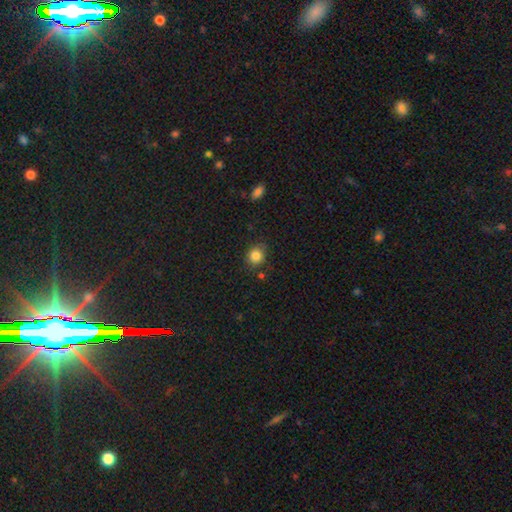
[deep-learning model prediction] Smooth or featured? Predicted: smooth (p=0.84). How rounded? Predicted: round (p=0.83). Merging? Predicted: none (p=0.80).